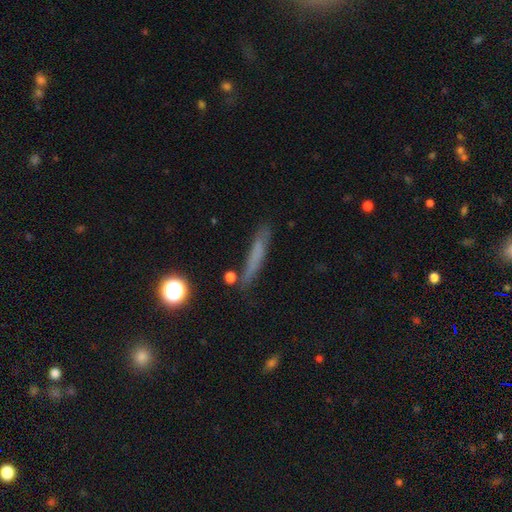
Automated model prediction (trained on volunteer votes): Smooth or featured? smooth (59%)
How rounded? cigar-shaped (89%)
Merging? none (75%)